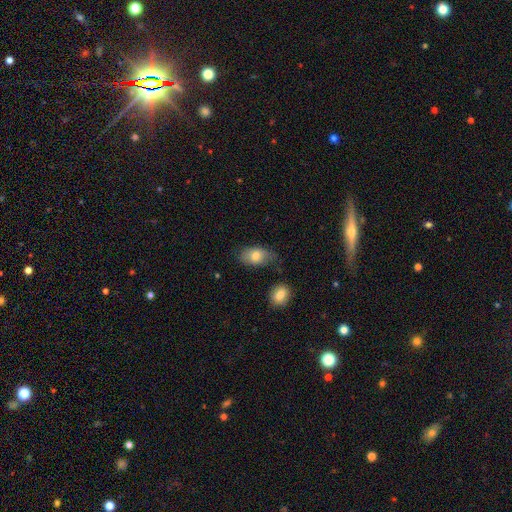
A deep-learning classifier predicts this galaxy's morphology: Overall: smooth (77%). How rounded: in between (89%). Merging: none (67%).